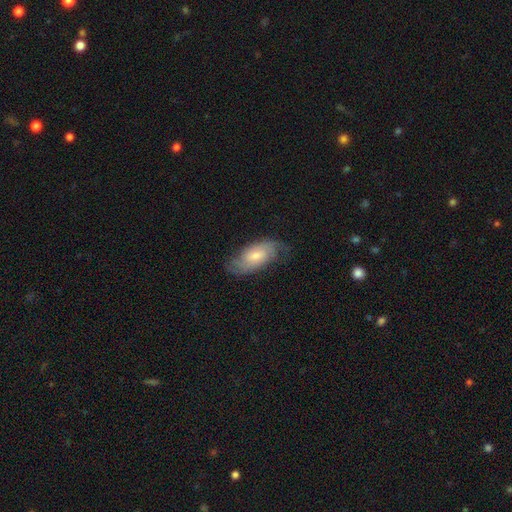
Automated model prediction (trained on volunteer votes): This appears to be a featured or disk galaxy (63%) with no bar (64%), 2 (59%) medium (39%) spiral arms (90%) and a moderate central bulge (47%). Merging: none (70%).